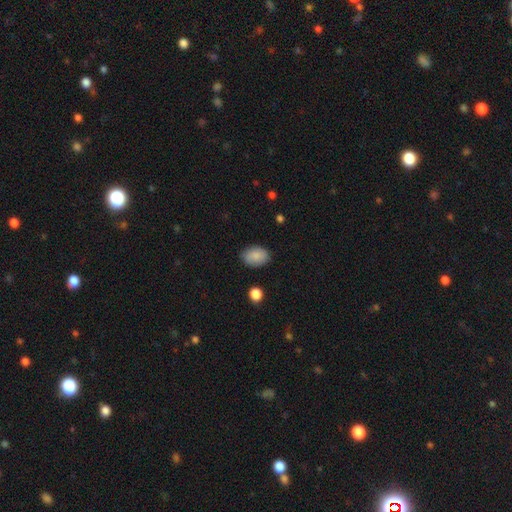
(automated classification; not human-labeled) A smooth galaxy with no disk features (86%) that is in between round and cigar-shaped (84%). Merging: none (84%).